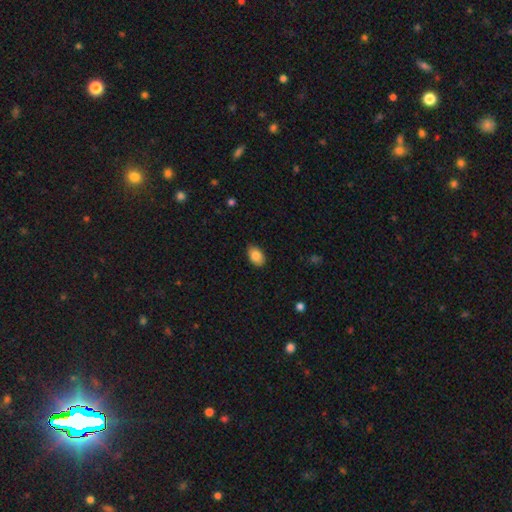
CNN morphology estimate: Smooth or featured: smooth — 85% (featured or disk — 8%)
How rounded: in between — 88% (round — 11%)
Merging: none — 86% (minor disturbance — 11%)